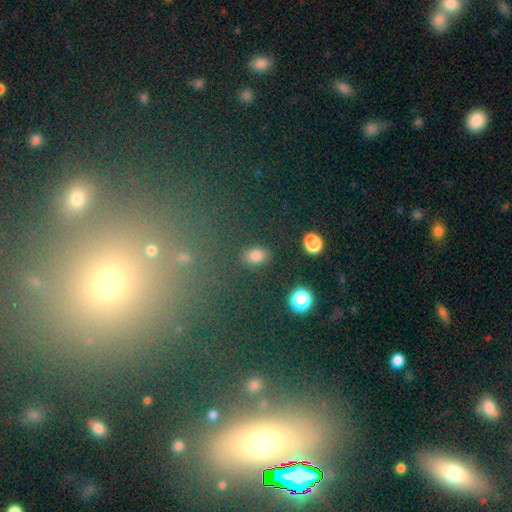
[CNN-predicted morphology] Smooth or featured? smooth (81%)
How rounded? in between (76%)
Merging? none (84%)